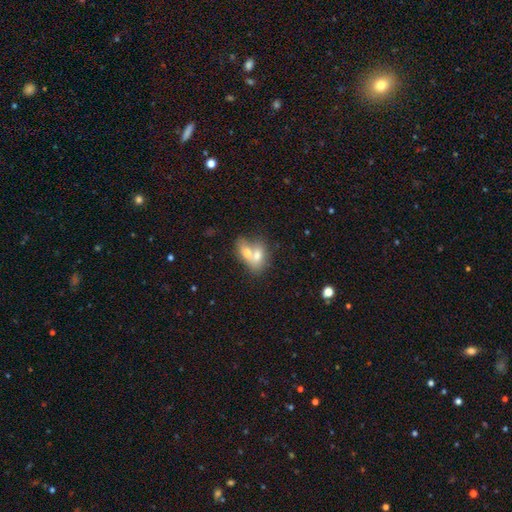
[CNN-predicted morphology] smooth-or-featured: smooth: 68% | featured or disk: 25% | star or artifact: 7%
  how-rounded: in between: 79% | round: 17% | cigar-shaped: 3%
  merging: merger: 76% | none: 15% | minor disturbance: 5% | major disturbance: 3%